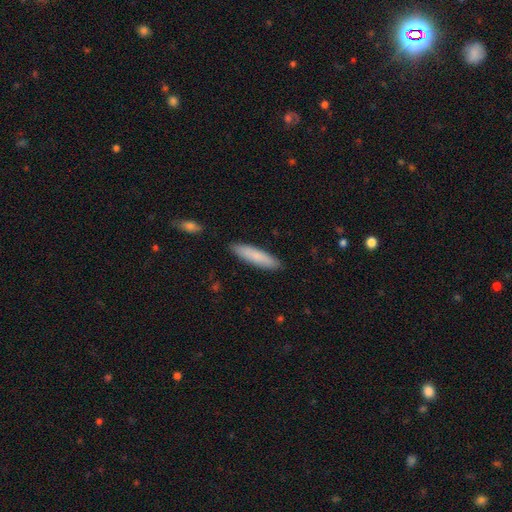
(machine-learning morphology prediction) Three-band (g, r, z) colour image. It shows a smooth galaxy with no disk features (83%) that is cigar-shaped (79%). Merging: none (89%).